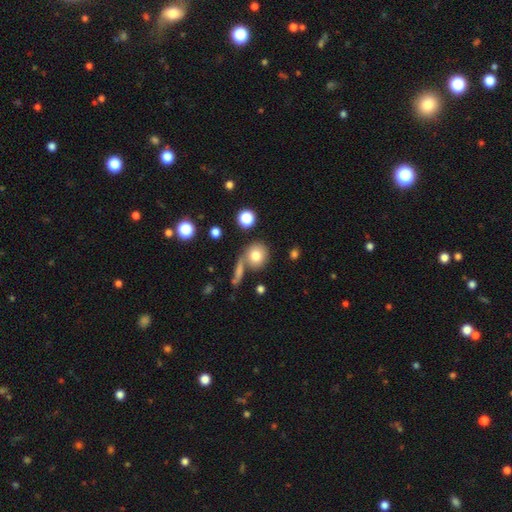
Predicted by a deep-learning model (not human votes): This appears to be a smooth galaxy with no disk features (77%) that is round (80%). Merging: none (62%).